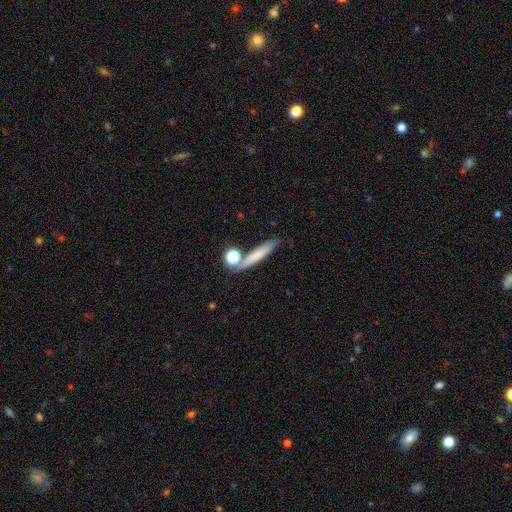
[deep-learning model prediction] Morphology: type=smooth (68%); roundness=cigar-shaped (81%); merging=none (71%).